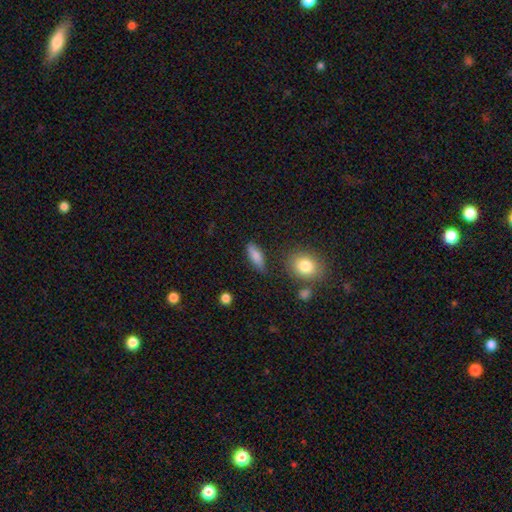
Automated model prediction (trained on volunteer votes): A smooth galaxy with no disk features (79%) that is in between round and cigar-shaped (59%). Merging: none (77%).